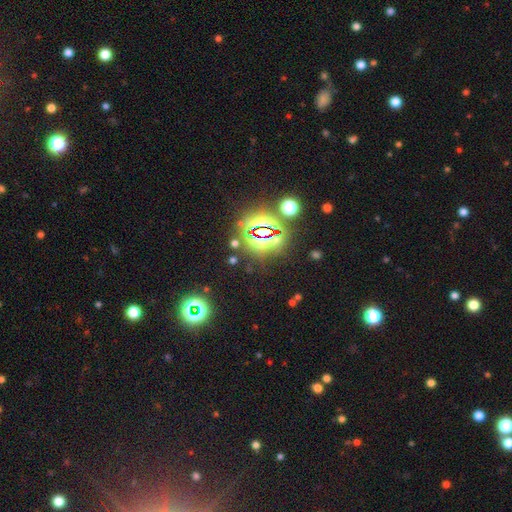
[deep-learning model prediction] Morphology: type=star or artifact (83%).